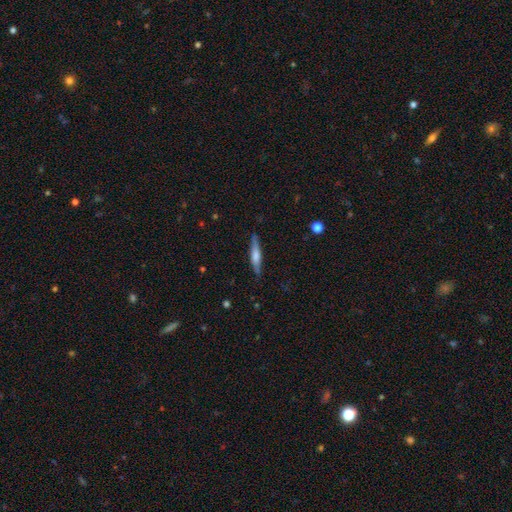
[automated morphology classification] Overall: smooth (48%; featured or disk 46%). Merging: none (86%).